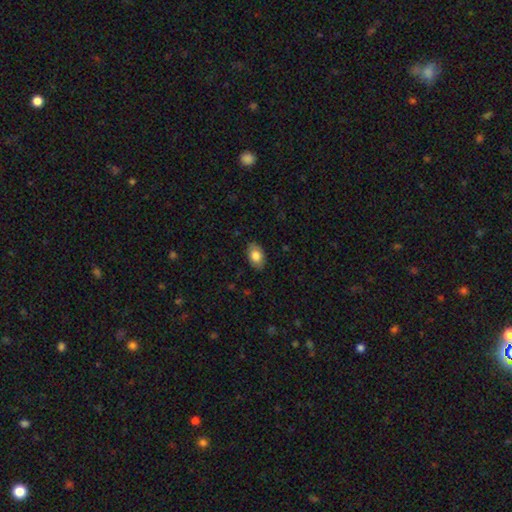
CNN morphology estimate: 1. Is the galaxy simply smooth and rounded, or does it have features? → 81% smooth, 13% featured or disk, 7% star or artifact.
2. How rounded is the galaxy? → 90% in between, 9% round, 1% cigar-shaped.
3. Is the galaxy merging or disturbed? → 85% none, 11% minor disturbance, 2% major disturbance, 1% merger.